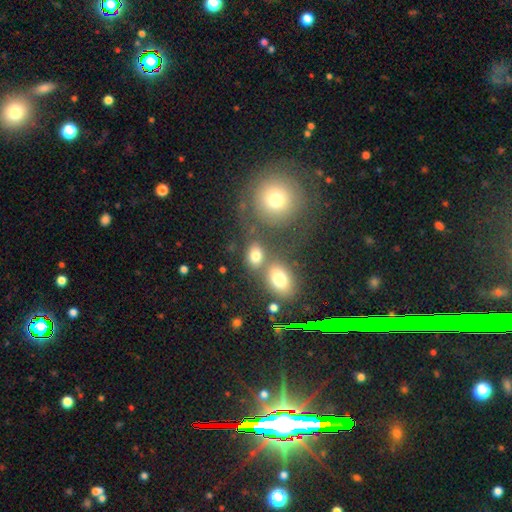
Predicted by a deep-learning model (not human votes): Morphology: type=smooth (75%); roundness=in between (65%); merging=none (50%).